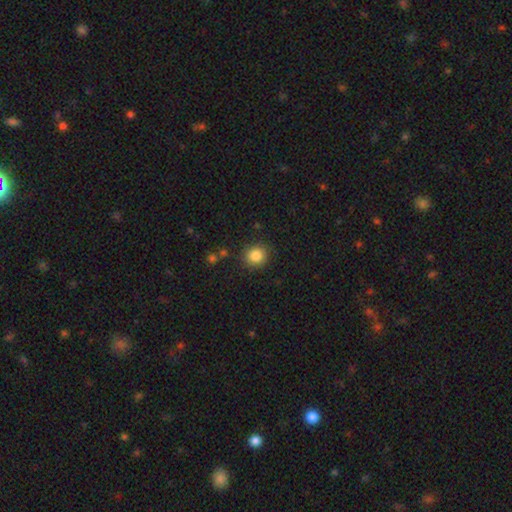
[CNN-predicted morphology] Smooth or featured? smooth (84%)
How rounded? round (85%)
Merging? none (86%)